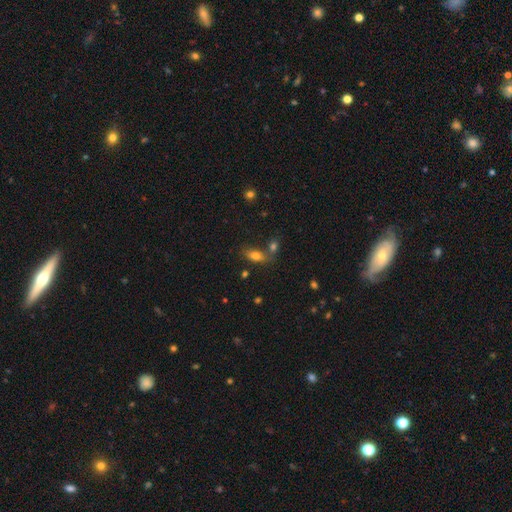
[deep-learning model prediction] Smooth or featured? Predicted: smooth (p=0.75). How rounded? Predicted: in between (p=0.81). Merging? Predicted: none (p=0.58).